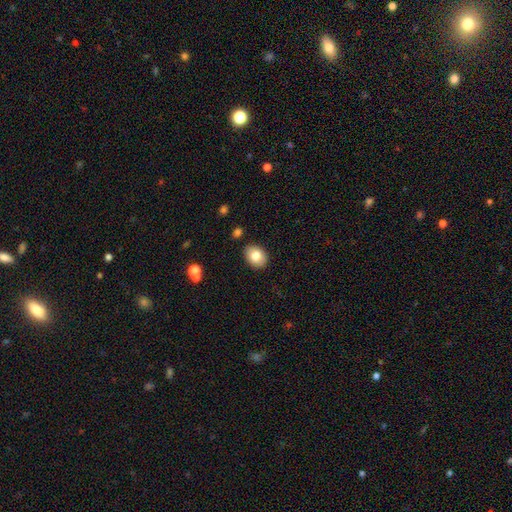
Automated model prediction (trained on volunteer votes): A smooth galaxy with no disk features (80%) that is in between round and cigar-shaped (68%). Merging: none (87%).